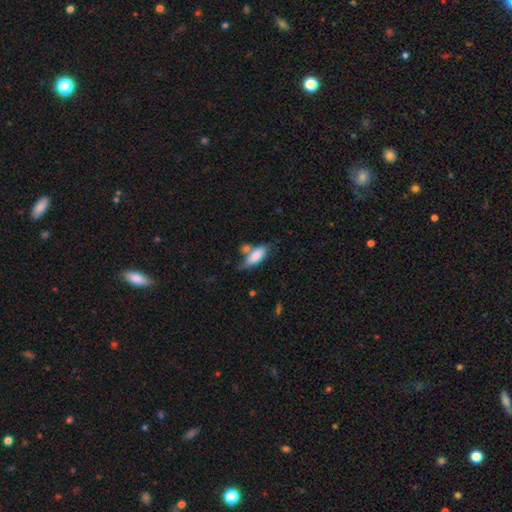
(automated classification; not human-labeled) smooth_or_featured: smooth (p=0.79) [alt: featured or disk p=0.14]
how_rounded: in between (p=0.82) [alt: cigar-shaped p=0.15]
merging: none (p=0.45) [alt: minor disturbance p=0.24]